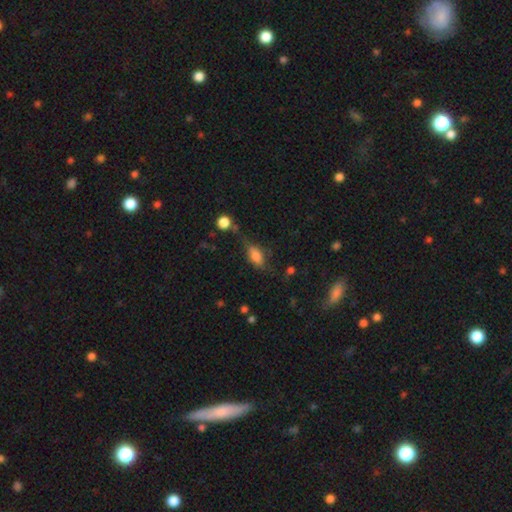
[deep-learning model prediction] Smooth or featured?
  - smooth: 74% *
  - featured or disk: 16%
  - star or artifact: 11%
How rounded?
  - in between: 80% *
  - cigar-shaped: 14%
  - round: 6%
Merging?
  - none: 46% *
  - minor disturbance: 29%
  - major disturbance: 18%
  - merger: 7%